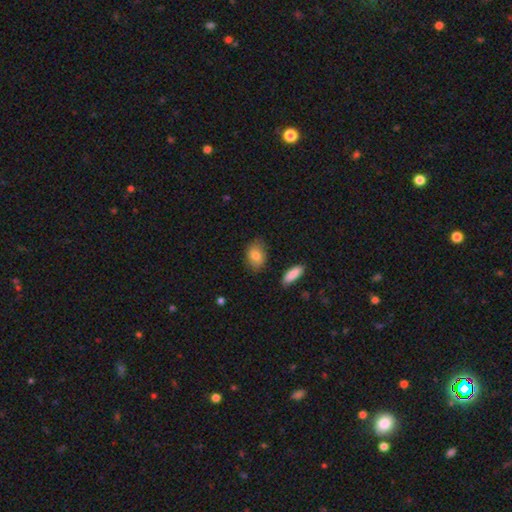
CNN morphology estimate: smooth 80%, featured or disk 12%, star or artifact 8%. Down the decision tree: how rounded — in between (79%); merging — none (79%).